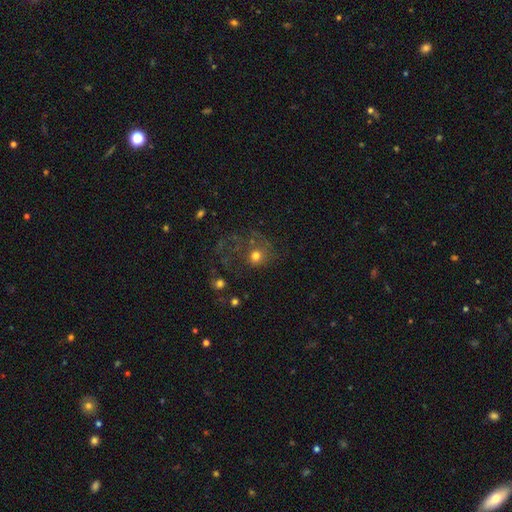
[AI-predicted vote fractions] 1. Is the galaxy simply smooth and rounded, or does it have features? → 58% smooth, 23% featured or disk, 19% star or artifact.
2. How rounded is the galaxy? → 79% round, 20% in between, 1% cigar-shaped.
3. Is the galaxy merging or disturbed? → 44% none, 32% major disturbance, 16% minor disturbance, 8% merger.